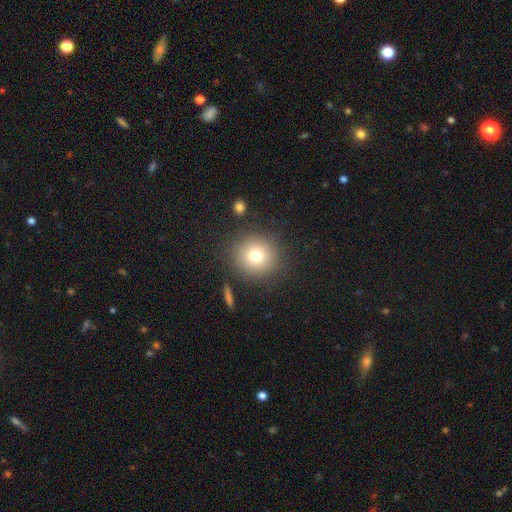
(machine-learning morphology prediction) Smooth or featured? Predicted: smooth (p=0.76). How rounded? Predicted: round (p=0.90). Merging? Predicted: none (p=0.87).